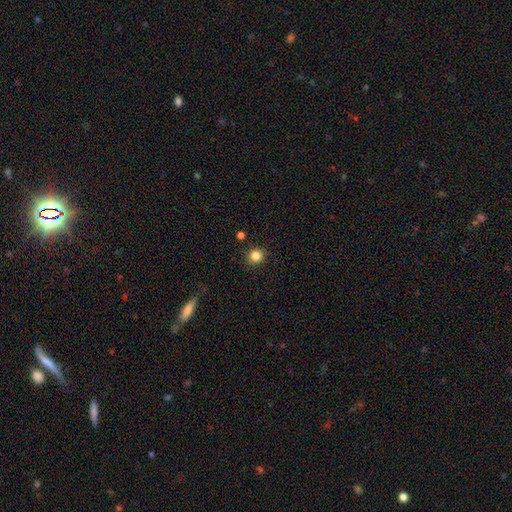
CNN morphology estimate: Smooth or featured?
  - smooth: 84% *
  - star or artifact: 12%
  - featured or disk: 4%
How rounded?
  - round: 92% *
  - in between: 7%
  - cigar-shaped: 1%
Merging?
  - none: 89% *
  - minor disturbance: 7%
  - major disturbance: 2%
  - merger: 2%